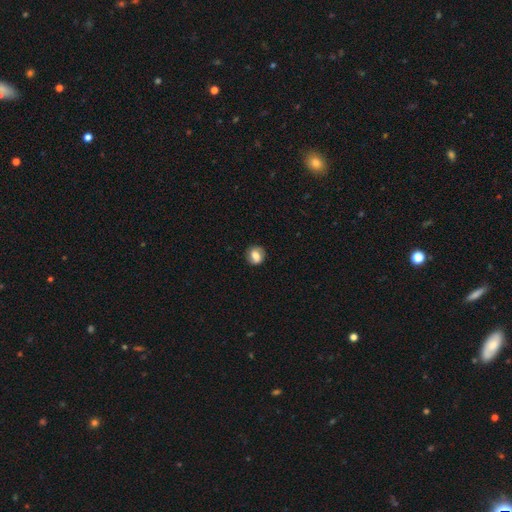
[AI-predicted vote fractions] smooth_or_featured: smooth (p=0.61) [alt: featured or disk p=0.30]
how_rounded: round (p=0.70) [alt: in between p=0.29]
merging: none (p=0.80) [alt: minor disturbance p=0.14]